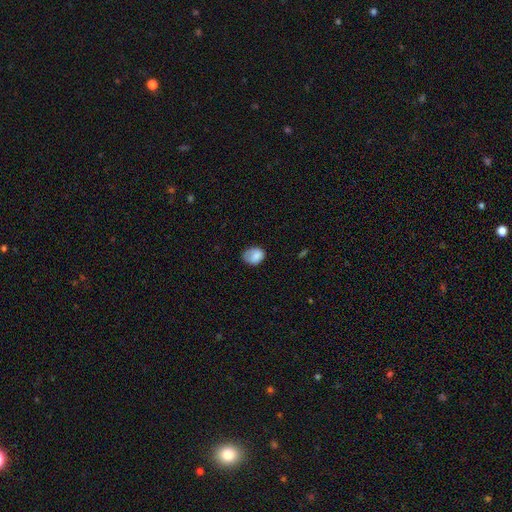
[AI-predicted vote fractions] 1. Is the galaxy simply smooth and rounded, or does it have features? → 83% smooth, 9% featured or disk, 8% star or artifact.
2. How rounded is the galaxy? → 56% in between, 43% round, 1% cigar-shaped.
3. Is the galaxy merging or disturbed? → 56% none, 31% minor disturbance, 11% major disturbance, 2% merger.